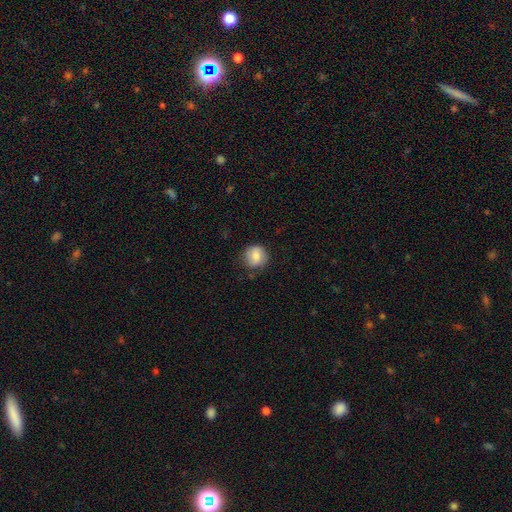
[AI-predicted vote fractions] Overall: smooth (78%). How rounded: round (88%). Merging: none (78%).